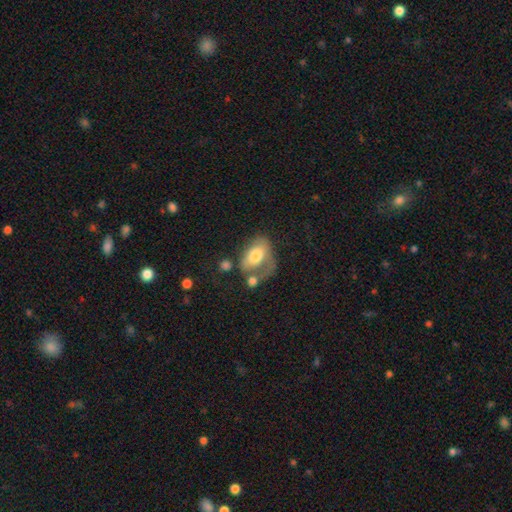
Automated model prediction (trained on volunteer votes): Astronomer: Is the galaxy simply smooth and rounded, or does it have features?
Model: smooth — 61%.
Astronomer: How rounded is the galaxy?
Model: in between — 87%.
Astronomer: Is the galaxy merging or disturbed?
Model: major disturbance — 31% (runner-up: none, 24%).